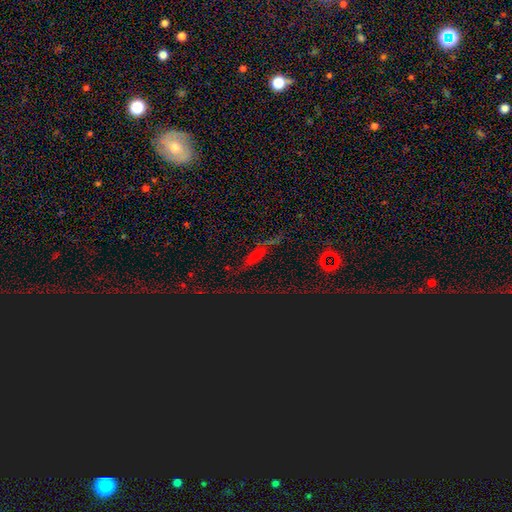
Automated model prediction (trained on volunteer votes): Smooth or featured? Predicted: star or artifact (p=0.41).